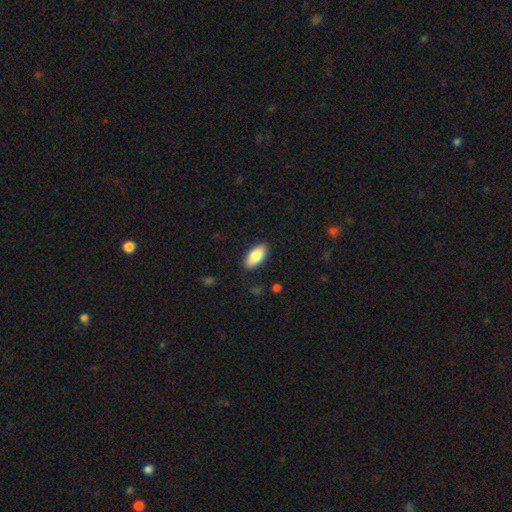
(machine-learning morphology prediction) The model was most divided on "smooth or featured": smooth: 83%, featured or disk: 11%, star or artifact: 6%. More confident: how rounded — in between (91%); merging — none (87%).